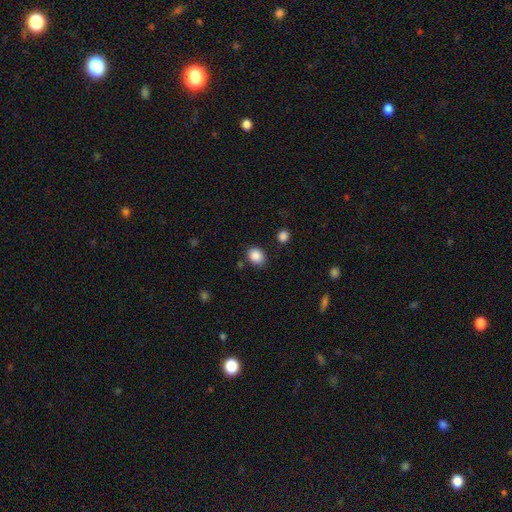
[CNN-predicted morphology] Smooth or featured? smooth (87%)
How rounded? round (50%, tied with in between)
Merging? none (80%)